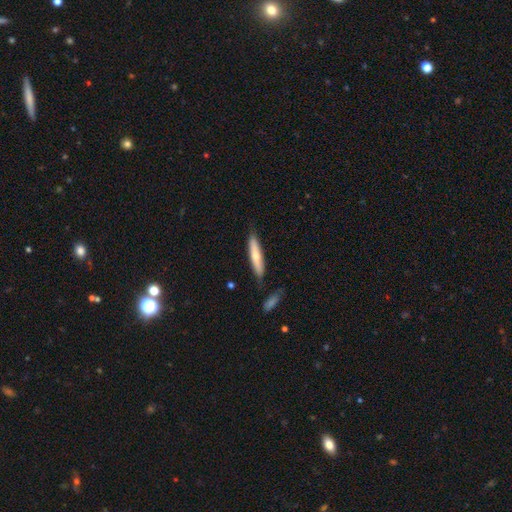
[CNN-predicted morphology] smooth-or-featured: smooth: 61% | featured or disk: 33% | star or artifact: 5%
  how-rounded: cigar-shaped: 86% | in between: 12% | round: 1%
  merging: none: 80% | minor disturbance: 14% | merger: 4% | major disturbance: 3%